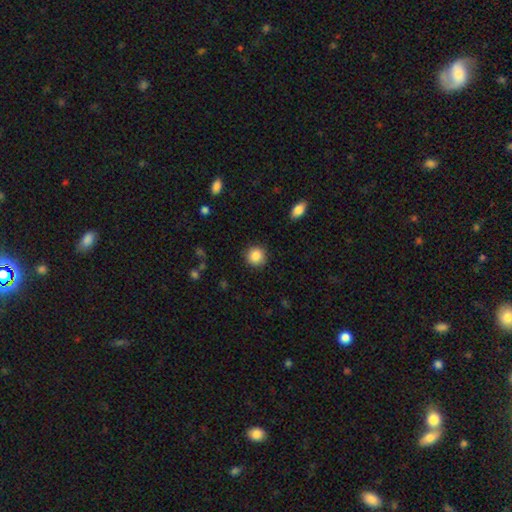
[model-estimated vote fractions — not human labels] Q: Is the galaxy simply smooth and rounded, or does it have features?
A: smooth — 87%.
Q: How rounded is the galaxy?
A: round — 92%.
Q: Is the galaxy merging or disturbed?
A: none — 89%.